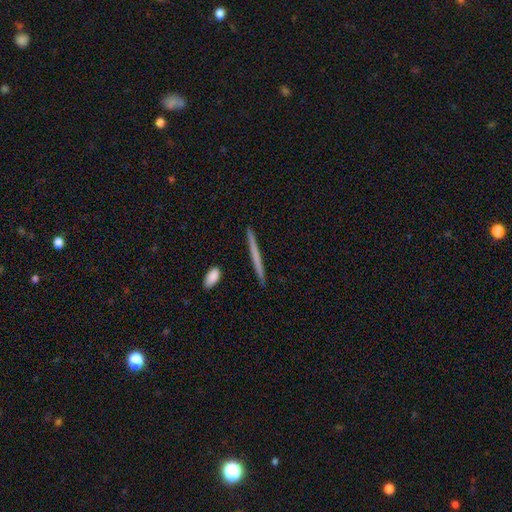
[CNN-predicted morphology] Smooth or featured? smooth (54%)
How rounded? cigar-shaped (96%)
Merging? none (92%)